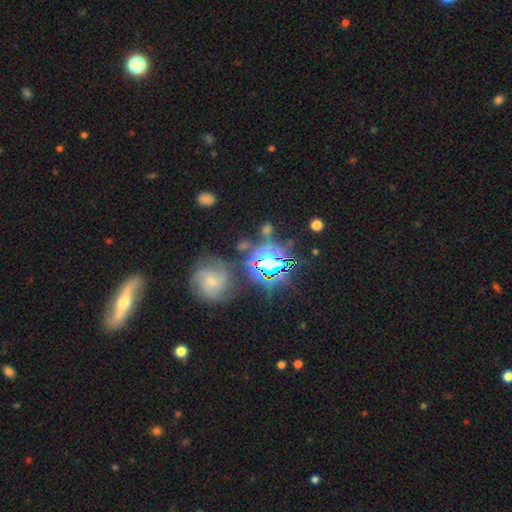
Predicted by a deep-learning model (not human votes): Smooth or featured? star or artifact (68%)